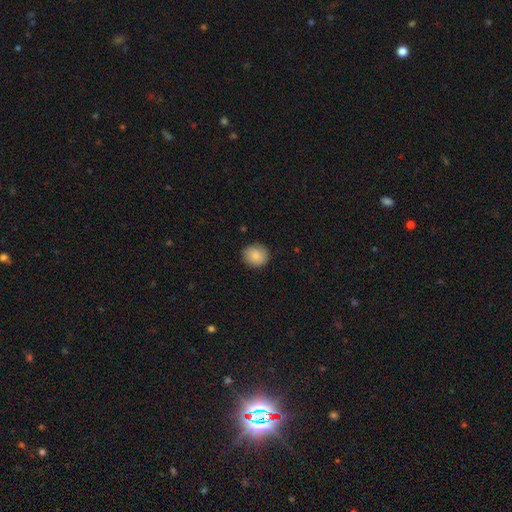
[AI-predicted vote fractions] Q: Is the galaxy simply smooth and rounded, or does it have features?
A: smooth — 86%.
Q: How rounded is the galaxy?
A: round — 79%.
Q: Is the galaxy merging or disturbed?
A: none — 86%.